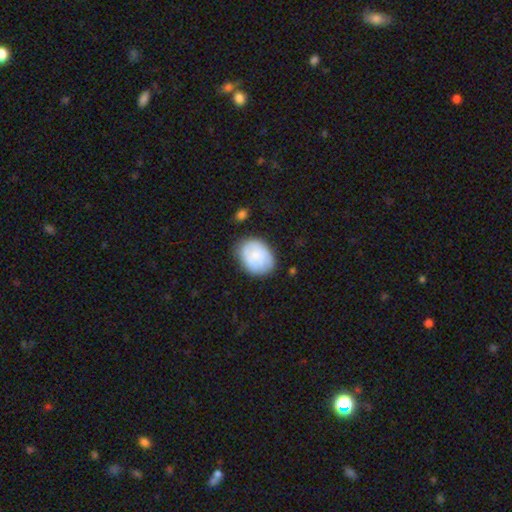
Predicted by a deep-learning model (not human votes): smooth-or-featured: smooth: 61% | featured or disk: 31% | star or artifact: 7%
  how-rounded: in between: 62% | round: 37% | cigar-shaped: 1%
  merging: none: 72% | minor disturbance: 20% | major disturbance: 6% | merger: 2%